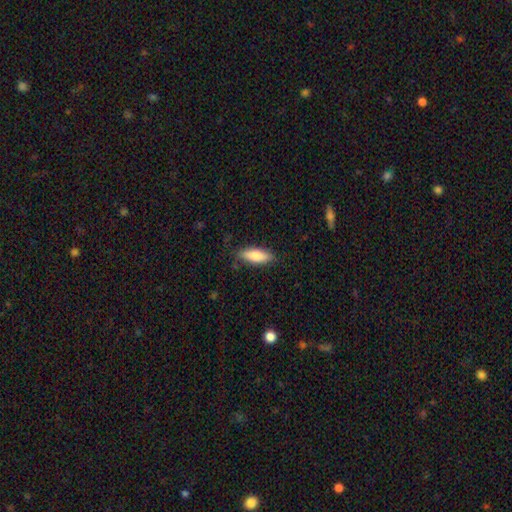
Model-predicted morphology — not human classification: This appears to be a smooth galaxy with no disk features (81%) that is in between round and cigar-shaped (61%). Merging: none (82%).